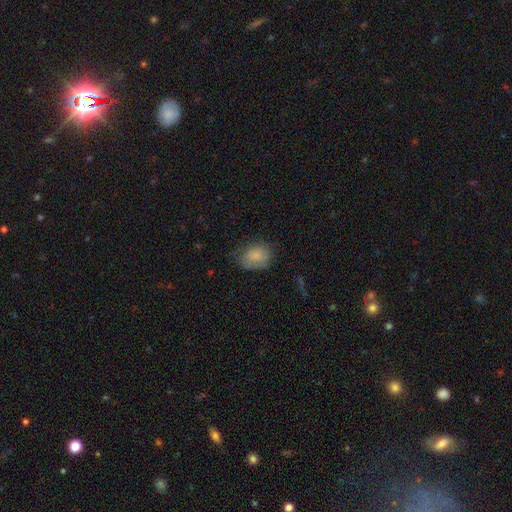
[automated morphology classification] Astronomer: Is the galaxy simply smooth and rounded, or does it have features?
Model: smooth — 80%.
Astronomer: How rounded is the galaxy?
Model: in between — 62%.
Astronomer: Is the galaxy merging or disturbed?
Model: none — 58%.